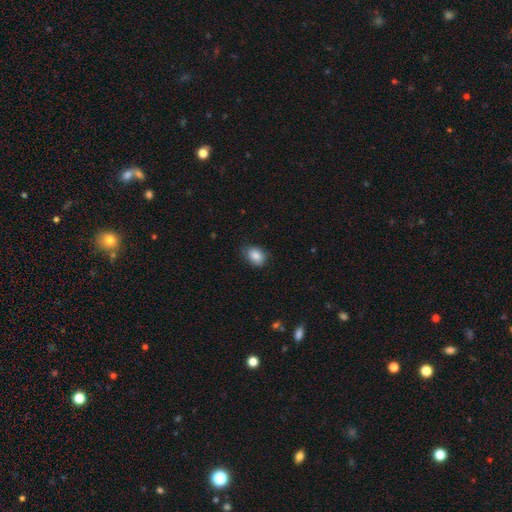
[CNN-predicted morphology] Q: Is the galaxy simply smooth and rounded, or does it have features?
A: smooth — 85%.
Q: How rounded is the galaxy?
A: in between — 68%.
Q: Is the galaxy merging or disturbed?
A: none — 77%.